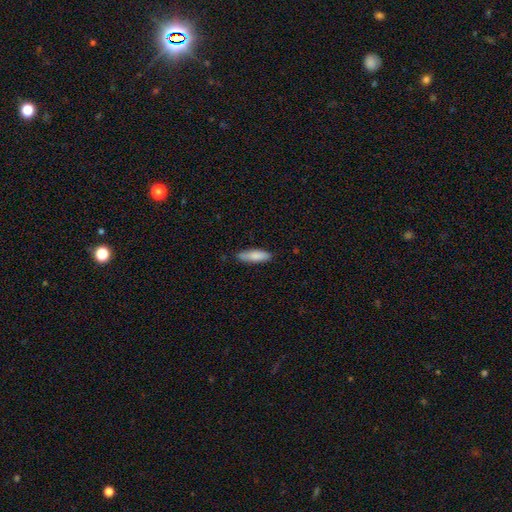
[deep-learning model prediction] A smooth galaxy with no disk features (83%) that is cigar-shaped (58%). Merging: none (82%).